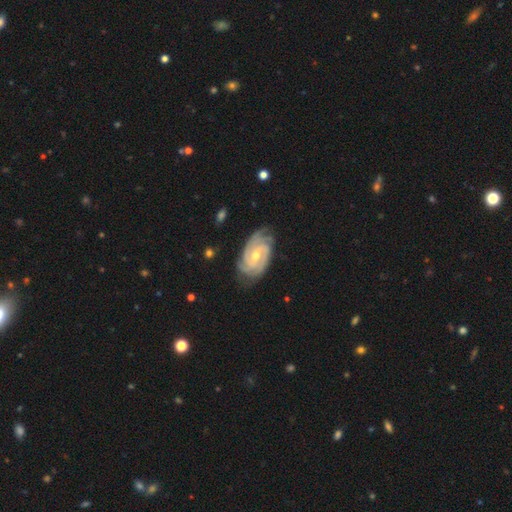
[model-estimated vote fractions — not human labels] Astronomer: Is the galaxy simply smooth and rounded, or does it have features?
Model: featured or disk — 92%.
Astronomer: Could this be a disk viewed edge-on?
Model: no — 97%.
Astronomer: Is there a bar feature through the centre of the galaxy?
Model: no — 46% (runner-up: weak, 40%).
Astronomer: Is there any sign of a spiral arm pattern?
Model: yes — 98%.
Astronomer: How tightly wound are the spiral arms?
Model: tight — 76%.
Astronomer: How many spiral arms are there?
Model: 3 — 37% (runner-up: 4, 22%).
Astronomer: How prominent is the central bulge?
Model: moderate — 53% (runner-up: small, 44%).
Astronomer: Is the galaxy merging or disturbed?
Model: none — 76%.